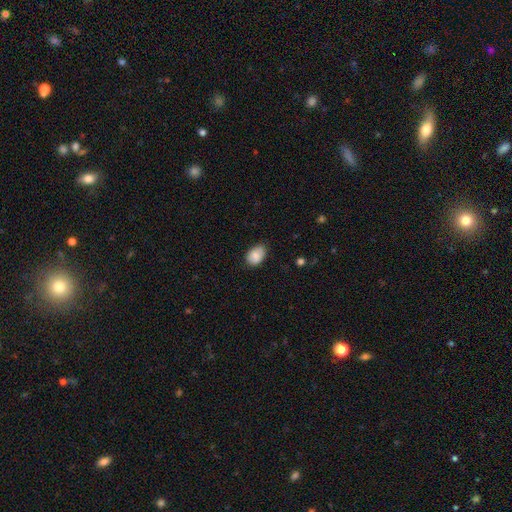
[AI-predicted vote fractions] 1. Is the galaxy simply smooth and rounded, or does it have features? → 83% smooth, 9% featured or disk, 7% star or artifact.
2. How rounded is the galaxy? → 82% in between, 17% round, 1% cigar-shaped.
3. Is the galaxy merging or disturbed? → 72% none, 23% minor disturbance, 3% major disturbance, 1% merger.